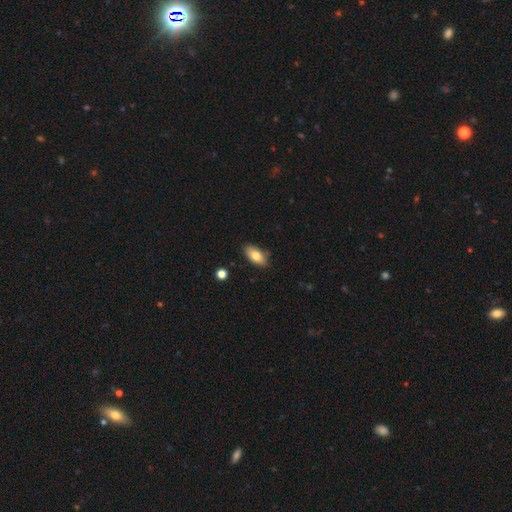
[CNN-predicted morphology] smooth-or-featured: smooth: 80% | featured or disk: 13% | star or artifact: 7%
  how-rounded: in between: 90% | cigar-shaped: 6% | round: 3%
  merging: none: 83% | minor disturbance: 12% | major disturbance: 2% | merger: 2%